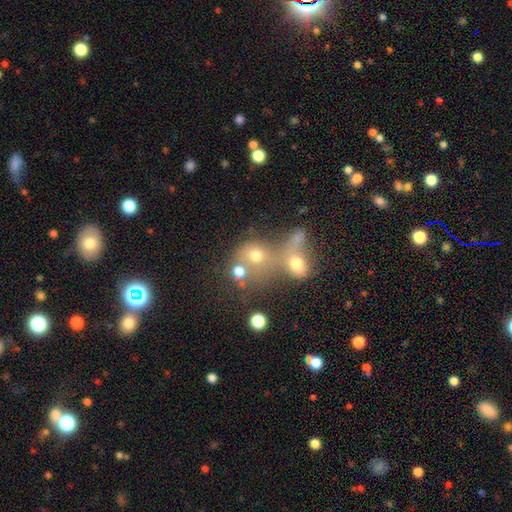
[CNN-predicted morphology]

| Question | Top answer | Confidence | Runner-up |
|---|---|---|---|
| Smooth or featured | smooth | 62% | featured or disk (19%) |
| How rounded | round | 70% | in between (28%) |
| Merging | merger | 56% | none (27%) |